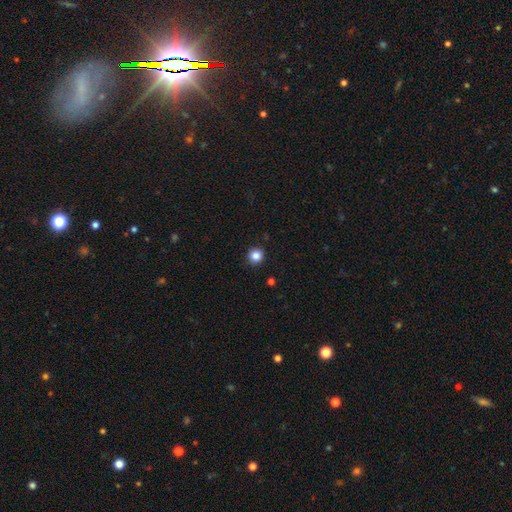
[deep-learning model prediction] Overall: smooth (84%). How rounded: round (93%). Merging: none (92%).